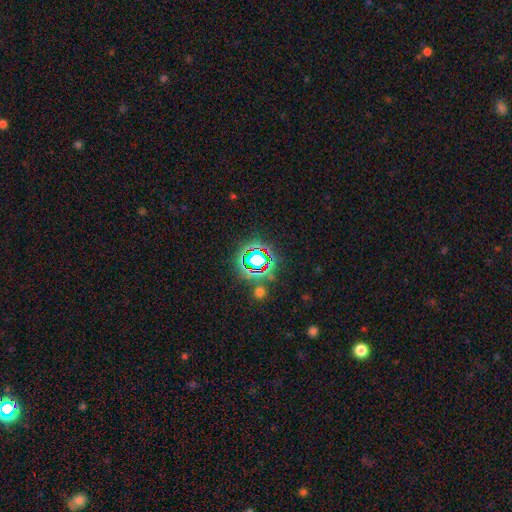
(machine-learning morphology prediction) Smooth or featured?
  - star or artifact: 67% *
  - smooth: 21%
  - featured or disk: 12%